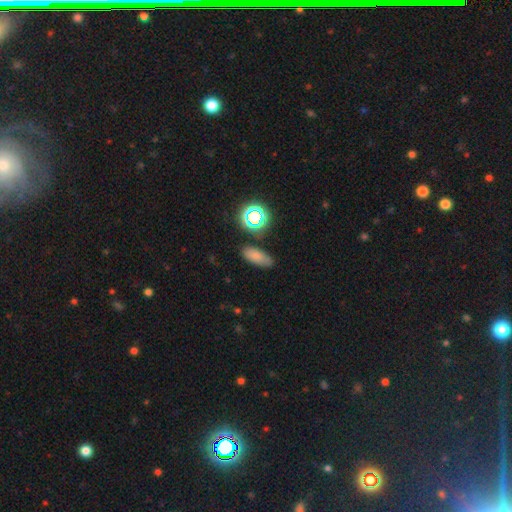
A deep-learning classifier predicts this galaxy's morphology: This is likely a smooth galaxy (73%). How rounded: likely in between (76%). Merging: likely none (78%).